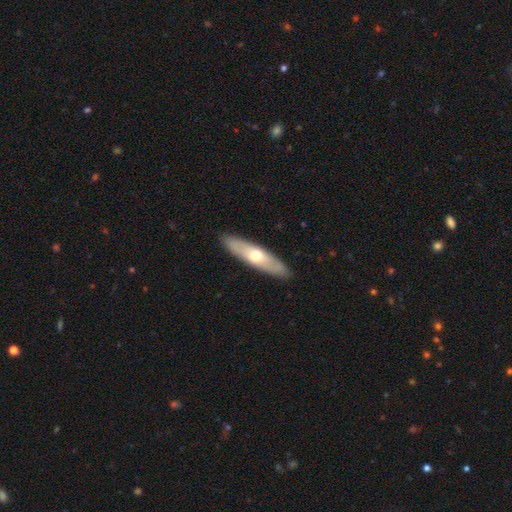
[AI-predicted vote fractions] This is possibly a smooth galaxy (51%). How rounded: likely cigar-shaped (68%). Merging: clearly none (90%).